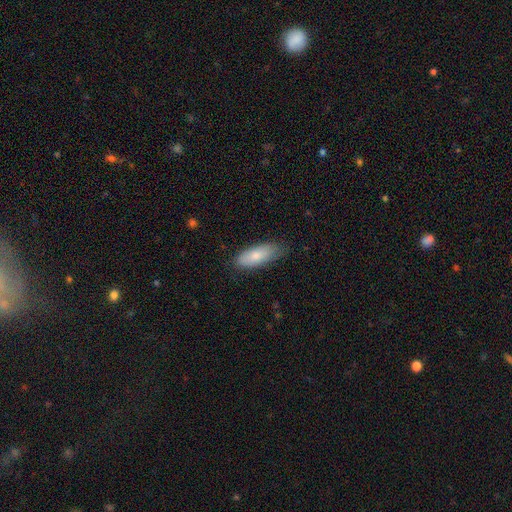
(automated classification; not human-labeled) Overall: smooth (81%). How rounded: in between (76%). Merging: none (71%).